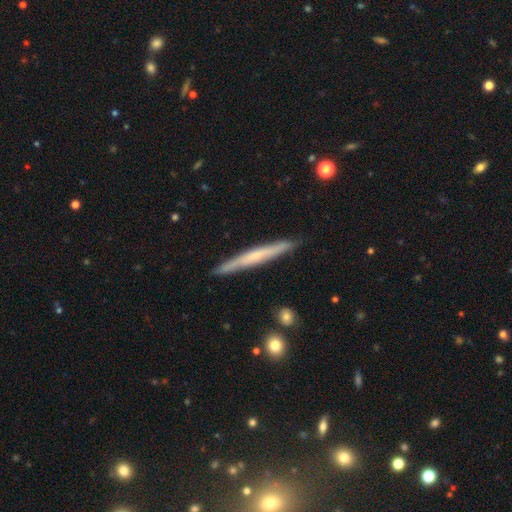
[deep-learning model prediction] Smooth or featured? Predicted: featured or disk (p=0.55). Edge-on disk? Predicted: yes (p=0.96). Edge-on bulge? Predicted: none (p=0.59). Merging? Predicted: none (p=0.89).